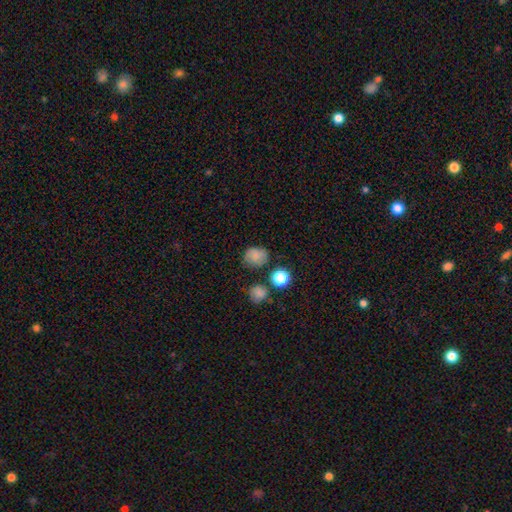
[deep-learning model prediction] Smooth or featured? Predicted: smooth (p=0.77). How rounded? Predicted: round (p=0.68). Merging? Predicted: none (p=0.71).